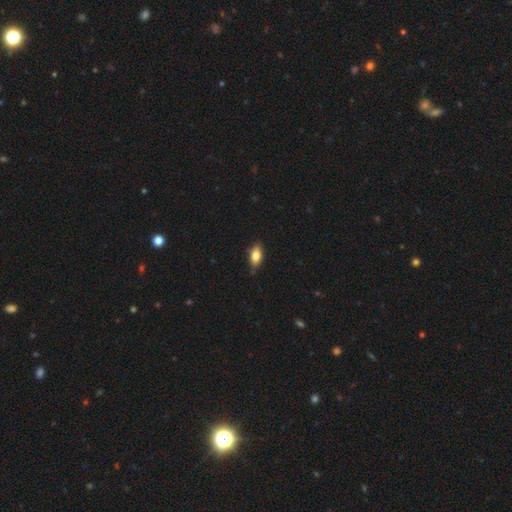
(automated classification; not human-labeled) Smooth or featured? smooth (78%)
How rounded? in between (86%)
Merging? none (81%)